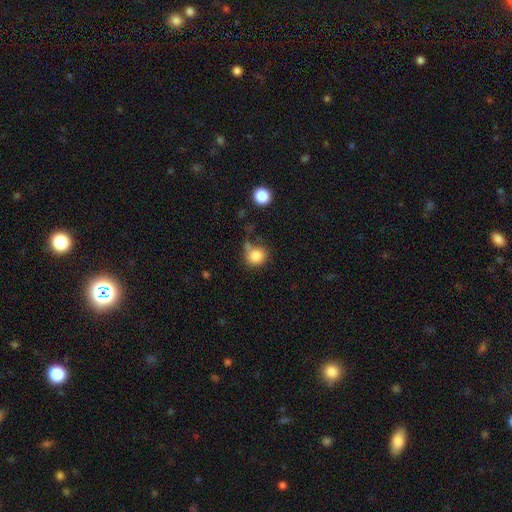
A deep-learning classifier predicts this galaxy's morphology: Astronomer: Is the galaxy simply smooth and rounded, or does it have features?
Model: smooth — 83%.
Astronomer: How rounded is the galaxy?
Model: round — 85%.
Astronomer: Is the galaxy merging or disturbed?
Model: none — 56%.